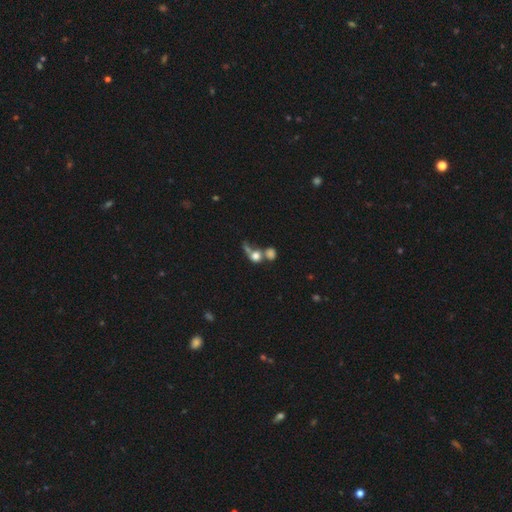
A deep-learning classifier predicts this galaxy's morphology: A smooth galaxy with no disk features (67%) that is round (71%).

Vote fractions:
- Smooth or featured? smooth: 67% / featured or disk: 19% / star or artifact: 14%
- How rounded? round: 71% / in between: 26% / cigar-shaped: 3%
- Merging? merger: 53% / none: 24% / major disturbance: 14% / minor disturbance: 9%